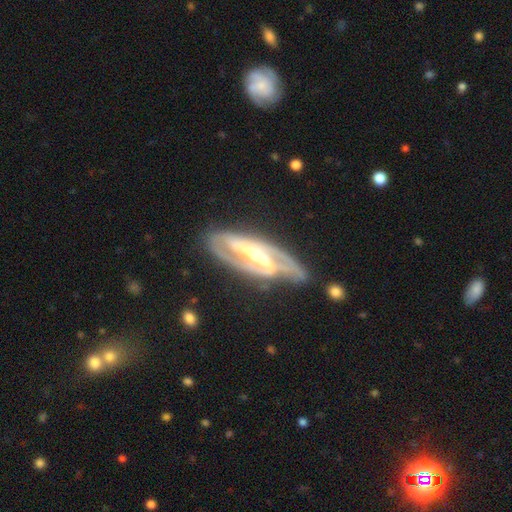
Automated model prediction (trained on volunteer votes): Smooth or featured? featured or disk (90%)
Edge-on disk? no (92%)
Bar? strong (73%)
Spiral arms? yes (96%)
Spiral winding? medium (49%)
Spiral arm count? 2 (88%)
Bulge size? small (59%)
Merging? none (73%)